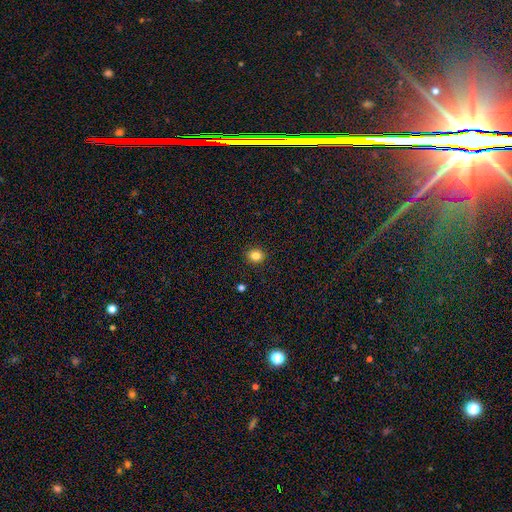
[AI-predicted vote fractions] Smooth or featured: smooth — 84% (star or artifact — 11%)
How rounded: round — 68% (in between — 32%)
Merging: none — 91% (minor disturbance — 6%)